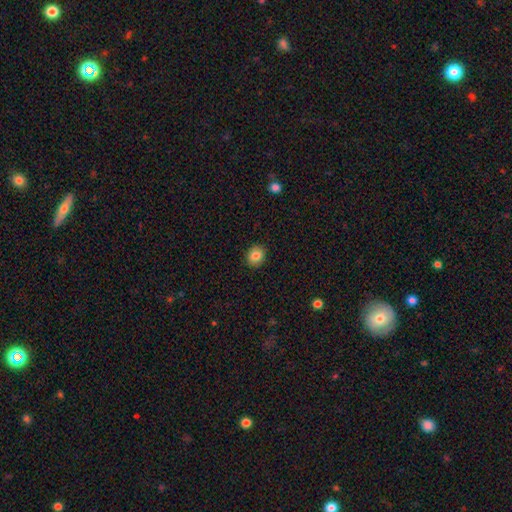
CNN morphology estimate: This appears to be a smooth galaxy with no disk features (84%) that is round (61%). Merging: none (90%).